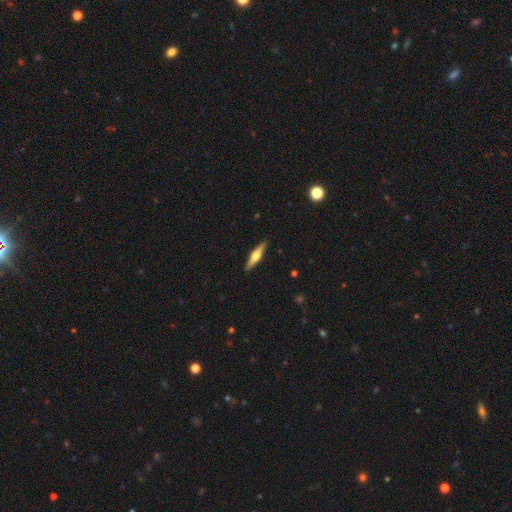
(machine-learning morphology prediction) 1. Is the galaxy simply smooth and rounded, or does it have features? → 58% featured or disk, 36% smooth, 5% star or artifact.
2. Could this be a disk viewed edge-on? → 96% yes, 4% no.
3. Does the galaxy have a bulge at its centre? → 93% rounded, 4% boxy, 3% none.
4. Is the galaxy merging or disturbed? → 91% none, 7% minor disturbance, 1% major disturbance, 1% merger.